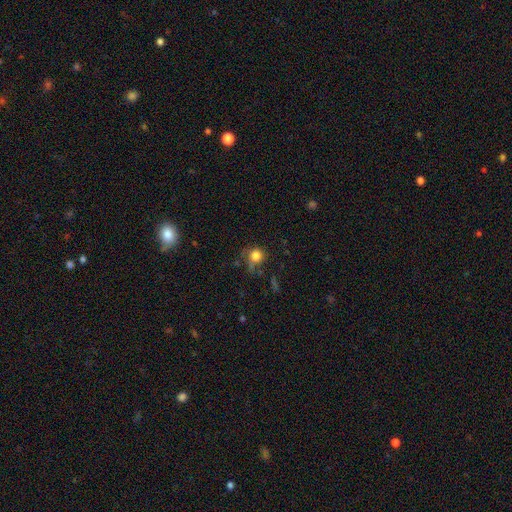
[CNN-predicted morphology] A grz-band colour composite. It shows a smooth galaxy with no disk features (79%) that is round (85%). Merging: none (57%).